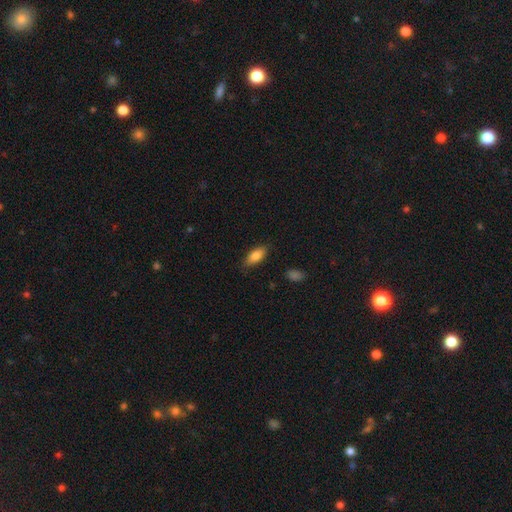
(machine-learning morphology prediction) smooth 82%, featured or disk 12%, star or artifact 7%. Down the decision tree: how rounded — in between (80%); merging — none (82%).